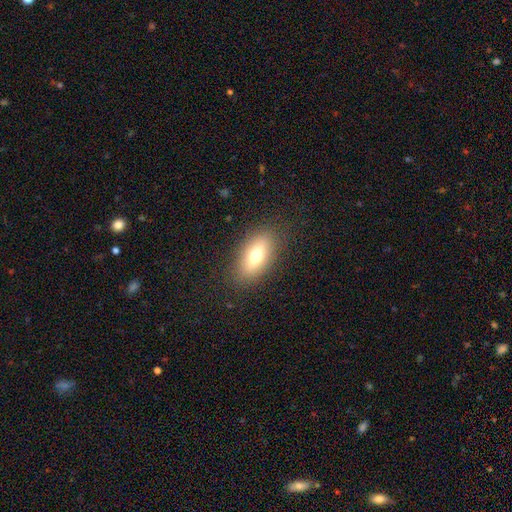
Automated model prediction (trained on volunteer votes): smooth 70%, featured or disk 21%, star or artifact 9%. Down the decision tree: how rounded — in between (84%); merging — none (86%).